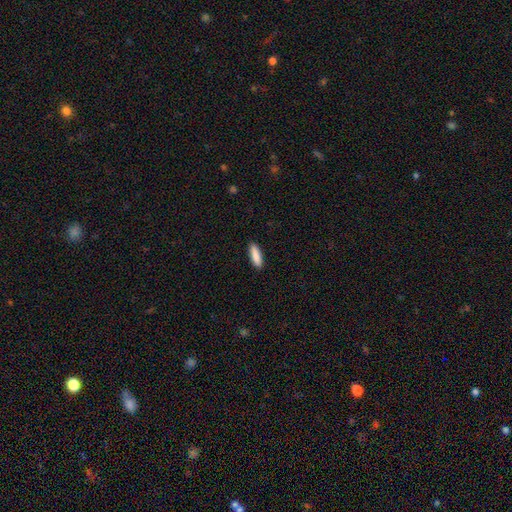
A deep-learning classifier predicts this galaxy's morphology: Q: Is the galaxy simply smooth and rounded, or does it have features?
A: smooth — 89%.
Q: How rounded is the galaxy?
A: cigar-shaped — 59%.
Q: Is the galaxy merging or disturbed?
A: none — 90%.